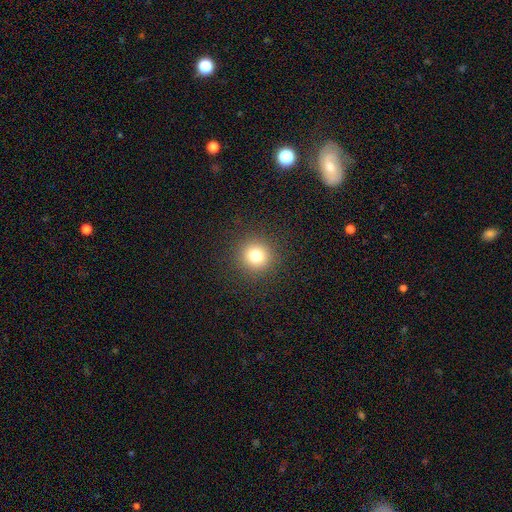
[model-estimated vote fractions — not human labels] The model was most divided on "smooth or featured": smooth: 78%, star or artifact: 15%, featured or disk: 8%. More confident: how rounded — round (94%); merging — none (91%).